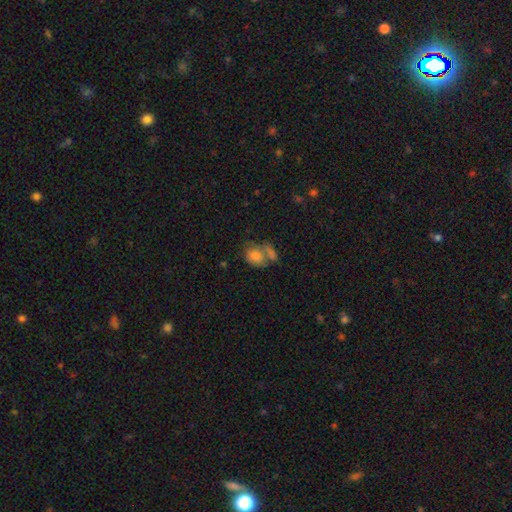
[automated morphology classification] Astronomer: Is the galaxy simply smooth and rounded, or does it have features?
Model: smooth — 75%.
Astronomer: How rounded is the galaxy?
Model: in between — 58% (runner-up: round, 40%).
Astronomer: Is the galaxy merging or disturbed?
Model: merger — 44% (runner-up: none, 30%).